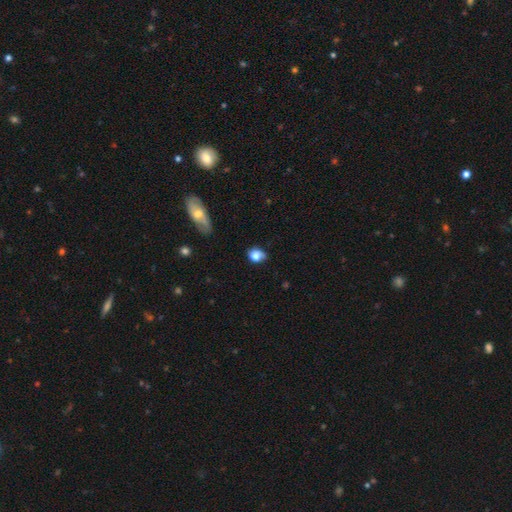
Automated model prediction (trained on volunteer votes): The model was most divided on "how rounded": round: 53%, in between: 46%, cigar-shaped: 1%. Remaining: smooth or featured — smooth (78%); merging — none (48%).